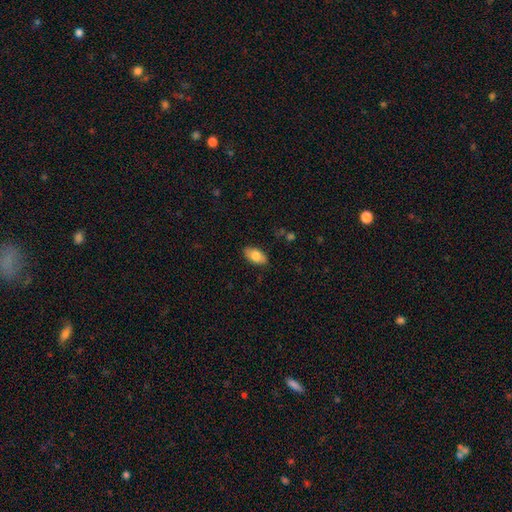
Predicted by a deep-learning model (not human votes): This is likely a smooth galaxy (77%). How rounded: clearly in between (93%). Merging: clearly none (85%).